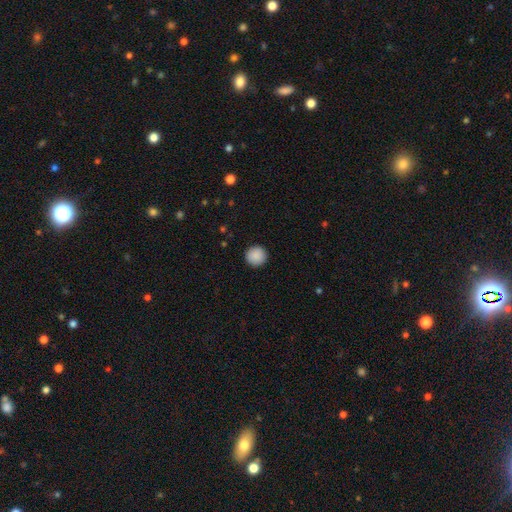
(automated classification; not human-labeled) Smooth or featured: smooth — 90% (star or artifact — 8%)
How rounded: round — 96% (in between — 3%)
Merging: none — 93% (minor disturbance — 5%)